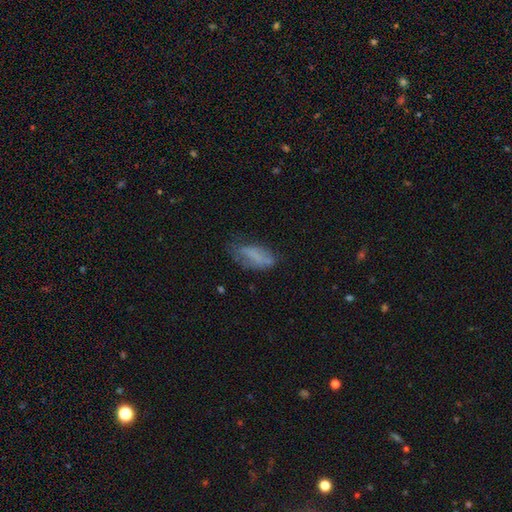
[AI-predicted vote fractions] Q: Smooth or featured?
A: smooth (62%); runner-up: featured or disk (27%)
Q: How rounded?
A: in between (78%); runner-up: cigar-shaped (19%)
Q: Merging?
A: none (46%); runner-up: minor disturbance (31%)